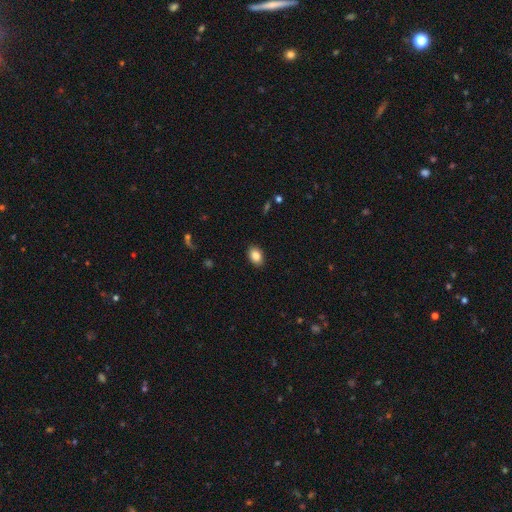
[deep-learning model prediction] The model was most divided on "how rounded": in between: 81%, round: 18%, cigar-shaped: 1%. More confident: merging — none (89%); smooth or featured — smooth (86%).